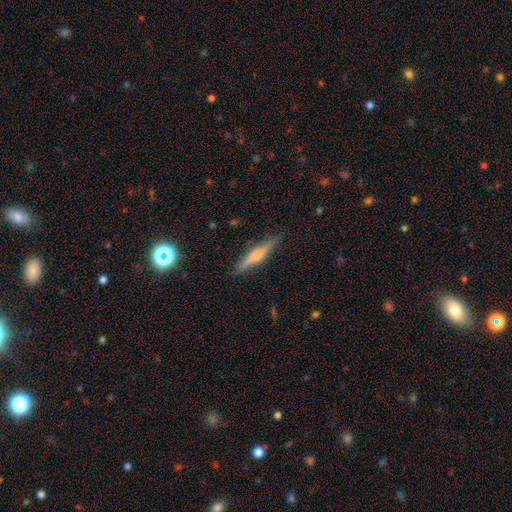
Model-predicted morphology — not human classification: featured or disk 51%, smooth 42%, star or artifact 8%. Down the decision tree: edge-on disk — yes (95%); merging — none (85%).